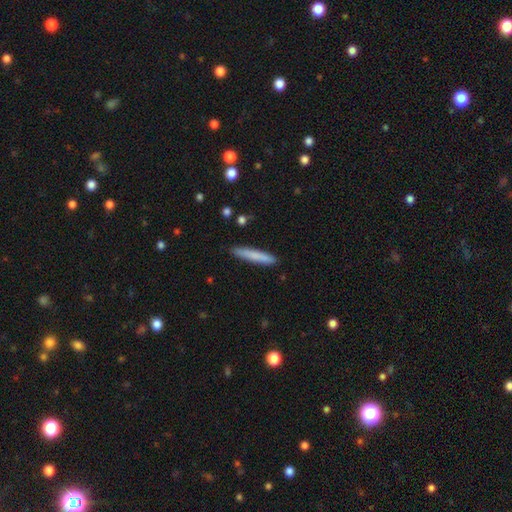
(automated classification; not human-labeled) This appears to be a smooth galaxy with no disk features (78%) that is cigar-shaped (93%). Merging: none (87%).